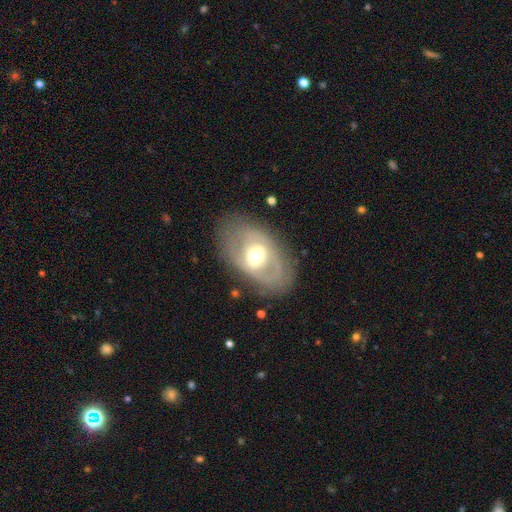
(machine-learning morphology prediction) Smooth or featured: featured or disk — 64% (smooth — 29%)
Edge-on disk: no — 91% (yes — 9%)
Bar: no — 50% (weak — 33%)
Spiral arms: no — 61% (yes — 39%)
Bulge size: moderate — 66% (large — 20%)
Merging: none — 75% (minor disturbance — 15%)